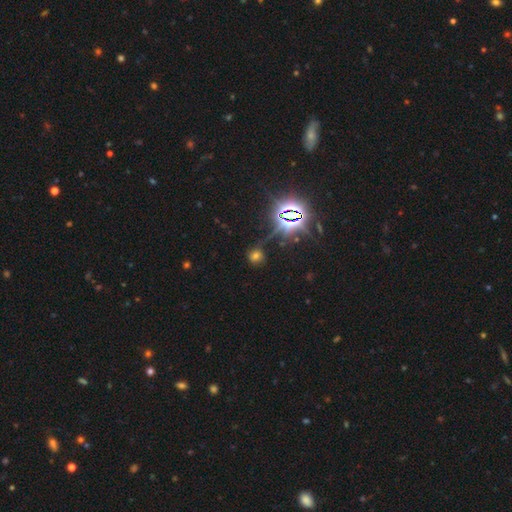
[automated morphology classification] Overall: smooth (47%; star or artifact 44%). Merging: none (74%).